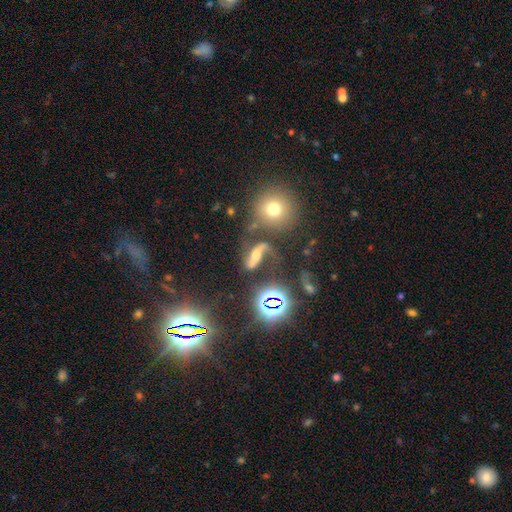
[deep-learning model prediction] The model was most divided on "bar": strong: 39%, no: 35%, weak: 26%. More confident: edge-on disk — no (87%); spiral arms — yes (85%); smooth or featured — featured or disk (59%); bulge size — moderate (52%); merging — none (51%).